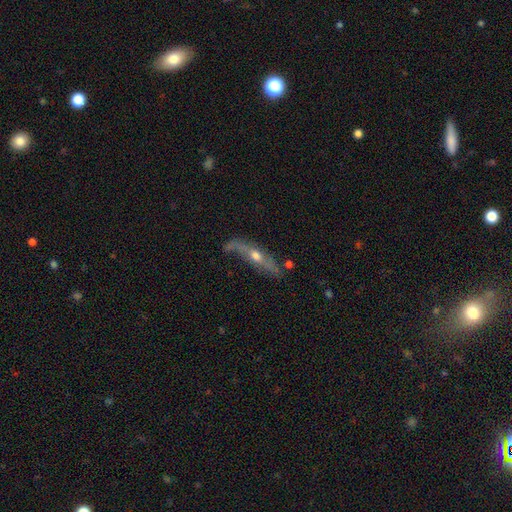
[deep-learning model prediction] The model was most divided on "edge-on disk": yes: 61%, no: 39%. More confident: smooth or featured — featured or disk (73%); merging — none (59%).